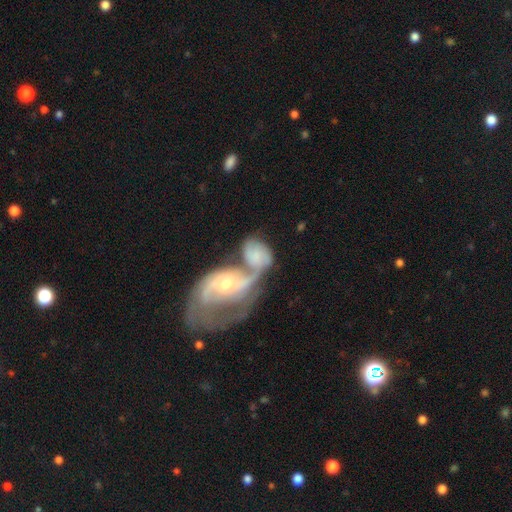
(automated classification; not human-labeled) Smooth or featured?
  - featured or disk: 66% *
  - smooth: 27%
  - star or artifact: 7%
Edge-on disk?
  - no: 97% *
  - yes: 3%
Bar?
  - no: 59% *
  - weak: 30%
  - strong: 11%
Spiral arms?
  - yes: 86% *
  - no: 14%
Spiral winding?
  - loose: 40% *
  - medium: 39%
  - tight: 21%
Spiral arm count?
  - 2: 68% *
  - can't tell: 13%
  - 1: 10%
  - 3: 6%
  - 4: 2%
  - more than 4: 2%
Bulge size?
  - small: 49% *
  - moderate: 36%
  - none: 8%
  - large: 5%
  - dominant: 2%
Merging?
  - merger: 71% *
  - none: 12%
  - major disturbance: 10%
  - minor disturbance: 8%